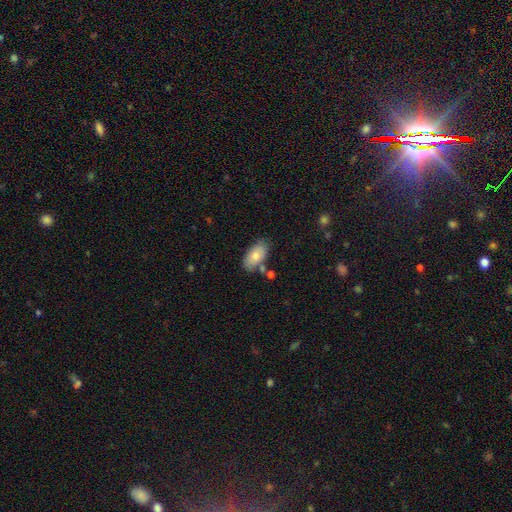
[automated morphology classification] Smooth or featured?
  - smooth: 77% *
  - featured or disk: 17%
  - star or artifact: 6%
How rounded?
  - in between: 94% *
  - round: 4%
  - cigar-shaped: 3%
Merging?
  - none: 72% *
  - minor disturbance: 17%
  - merger: 8%
  - major disturbance: 4%